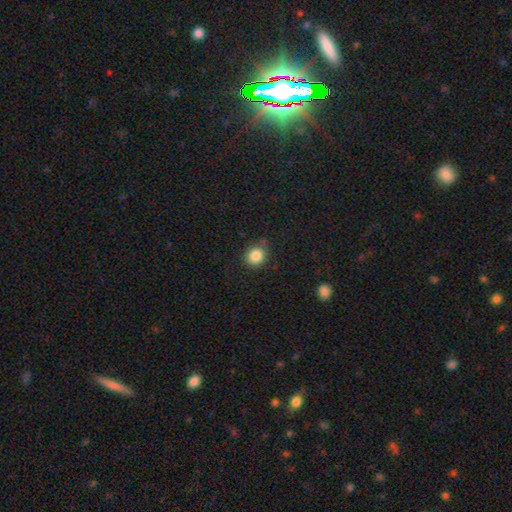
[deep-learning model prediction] This is clearly a smooth galaxy (85%). How rounded: likely round (77%). Merging: likely none (79%).